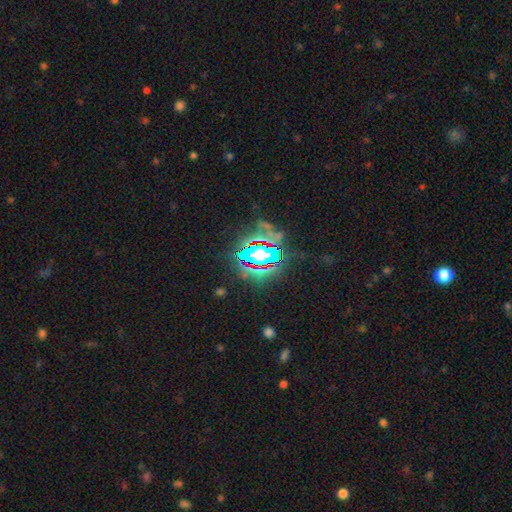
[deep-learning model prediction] The model was most divided on "smooth or featured": star or artifact: 82%, smooth: 10%, featured or disk: 8%.